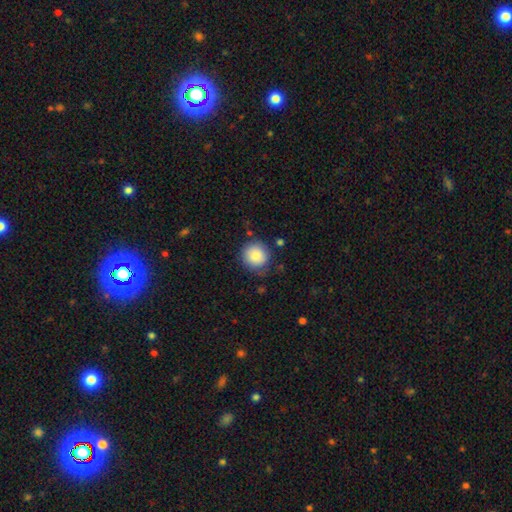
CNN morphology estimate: Q: Smooth or featured?
A: smooth (83%); runner-up: star or artifact (8%)
Q: How rounded?
A: round (91%); runner-up: in between (8%)
Q: Merging?
A: none (78%); runner-up: minor disturbance (15%)